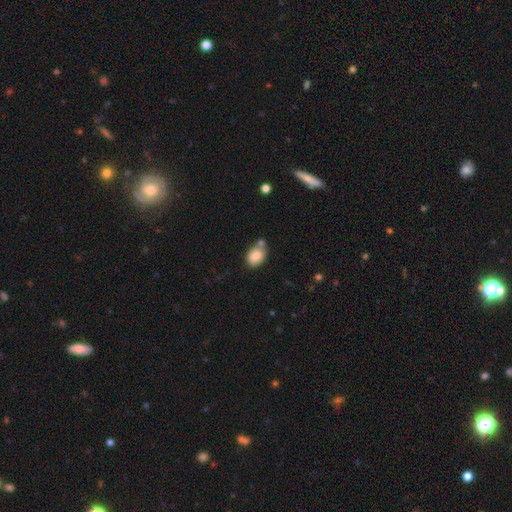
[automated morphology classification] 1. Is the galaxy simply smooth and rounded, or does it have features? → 82% smooth, 10% featured or disk, 8% star or artifact.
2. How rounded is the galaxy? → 69% in between, 30% round, 1% cigar-shaped.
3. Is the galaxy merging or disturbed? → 61% none, 21% merger, 15% minor disturbance, 4% major disturbance.